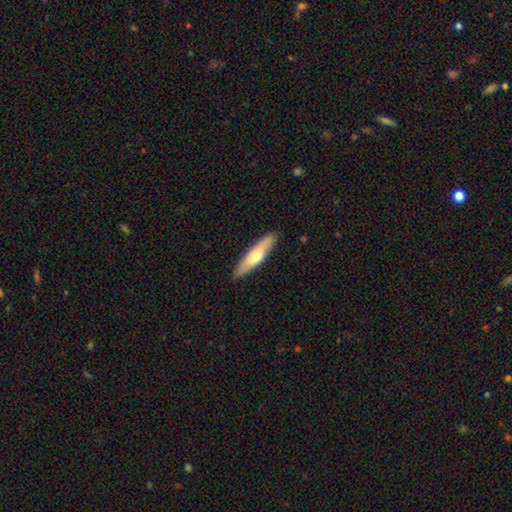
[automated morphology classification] smooth_or_featured: smooth (p=0.59) [alt: featured or disk p=0.36]
how_rounded: cigar-shaped (p=0.78) [alt: in between p=0.20]
merging: none (p=0.89) [alt: minor disturbance p=0.09]